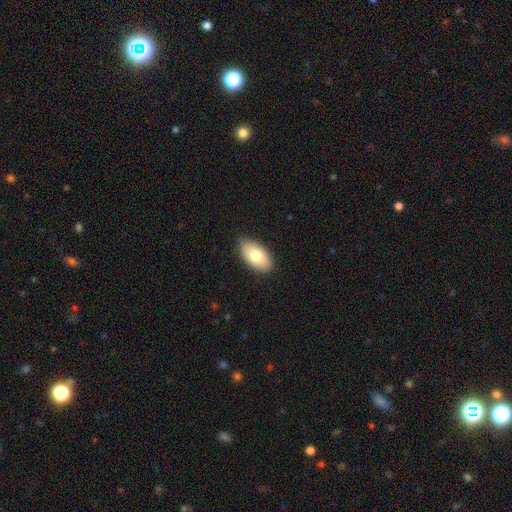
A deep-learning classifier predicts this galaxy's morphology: A smooth galaxy with no disk features (77%) that is in between round and cigar-shaped (95%).

Vote fractions:
- Smooth or featured? smooth: 77% / featured or disk: 16% / star or artifact: 6%
- How rounded? in between: 95% / round: 3% / cigar-shaped: 2%
- Merging? none: 86% / minor disturbance: 11% / major disturbance: 2% / merger: 1%